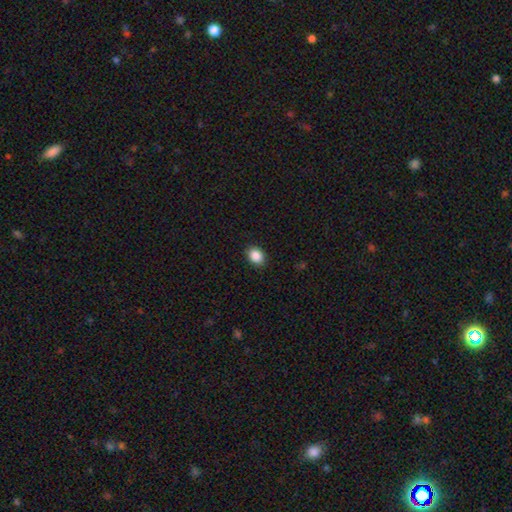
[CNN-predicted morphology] Smooth or featured? smooth (88%)
How rounded? in between (63%)
Merging? none (90%)